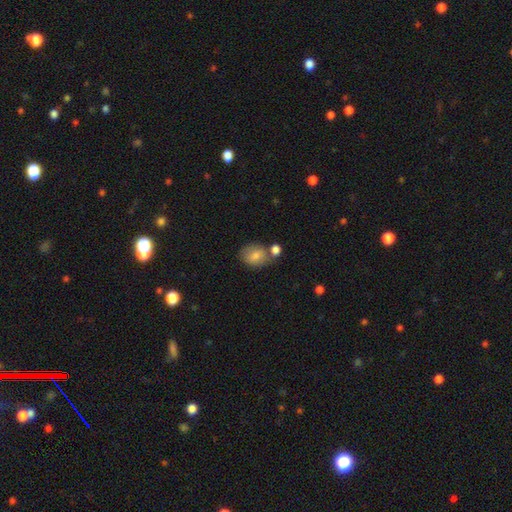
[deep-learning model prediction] This appears to be a smooth galaxy with no disk features (80%) that is in between round and cigar-shaped (53%). Merging: none (55%).